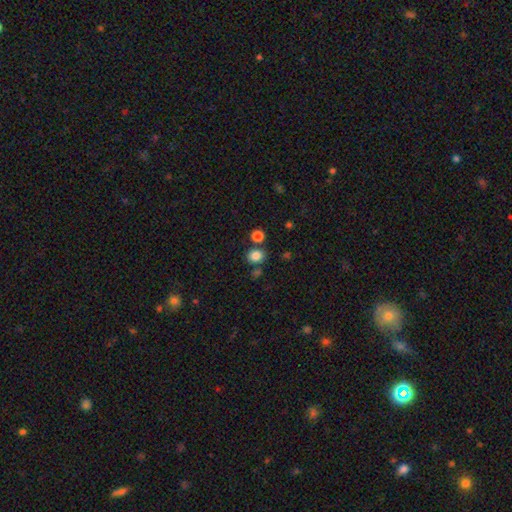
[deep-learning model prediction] Q: Smooth or featured?
A: smooth (83%); runner-up: star or artifact (12%)
Q: How rounded?
A: round (66%); runner-up: in between (33%)
Q: Merging?
A: none (73%); runner-up: merger (13%)